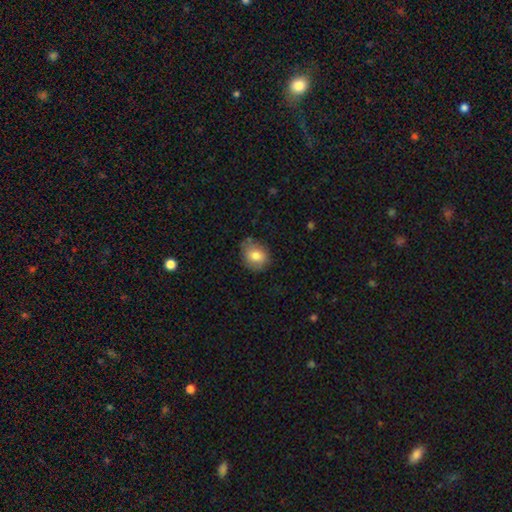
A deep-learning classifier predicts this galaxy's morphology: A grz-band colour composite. It shows a smooth galaxy with no disk features (79%) that is round (55%). Merging: none (72%).